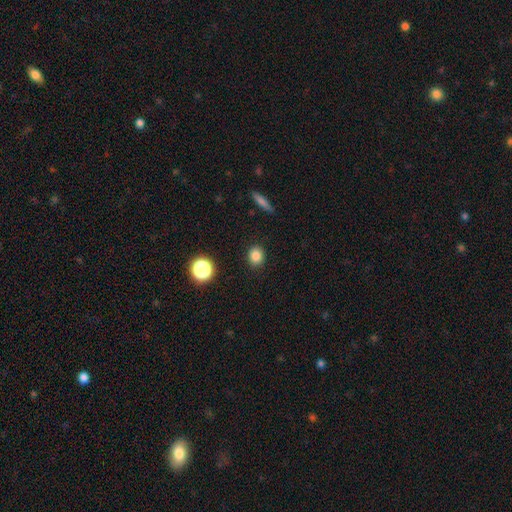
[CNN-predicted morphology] The model was most divided on "how rounded": round: 71%, in between: 28%, cigar-shaped: 1%. More confident: merging — none (90%); smooth or featured — smooth (83%).